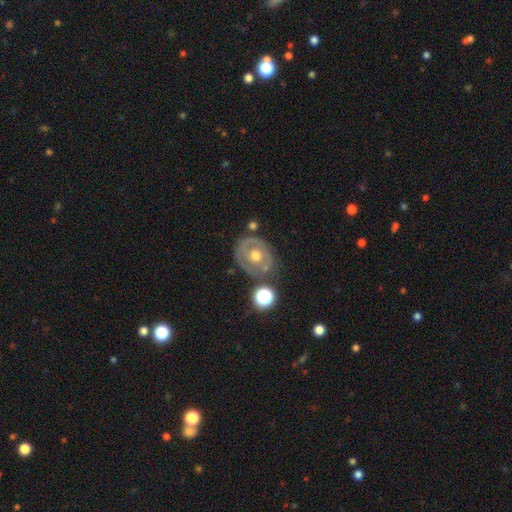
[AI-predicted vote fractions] Smooth or featured? Predicted: featured or disk (p=0.64). Edge-on disk? Predicted: no (p=0.95). Bar? Predicted: no (p=0.84). Spiral arms? Predicted: no (p=0.67). Bulge size? Predicted: moderate (p=0.73). Merging? Predicted: none (p=0.67).